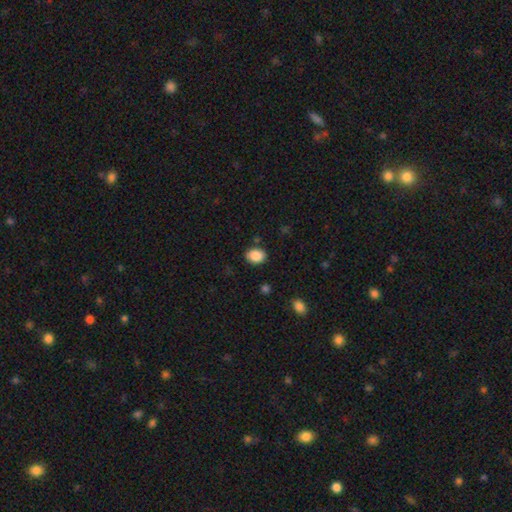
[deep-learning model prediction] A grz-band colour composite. It shows a smooth galaxy with no disk features (88%) that is in between round and cigar-shaped (63%). Merging: none (85%).